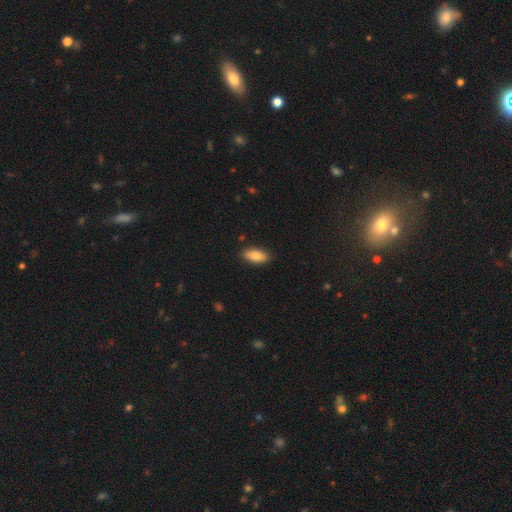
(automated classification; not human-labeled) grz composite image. It shows a smooth galaxy with no disk features (84%) that is in between round and cigar-shaped (86%). Merging: none (88%).